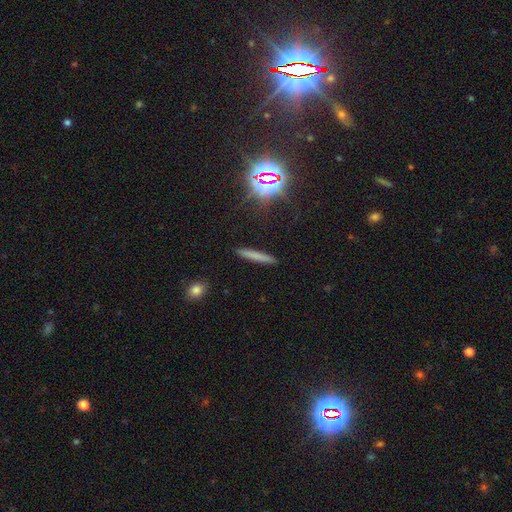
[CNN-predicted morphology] Smooth or featured? Predicted: smooth (p=0.66). How rounded? Predicted: cigar-shaped (p=0.94). Merging? Predicted: none (p=0.90).